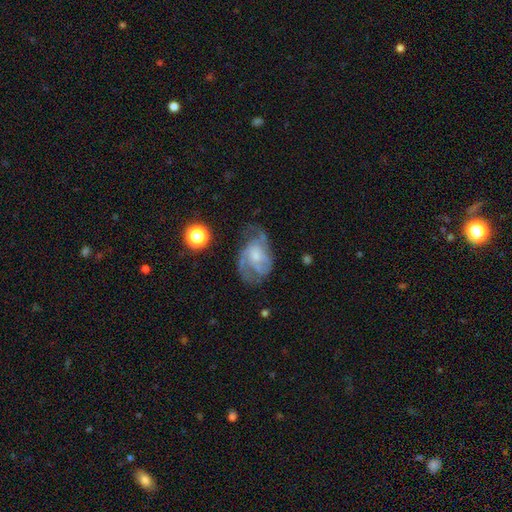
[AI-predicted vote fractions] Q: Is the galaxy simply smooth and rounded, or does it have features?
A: featured or disk — 69%.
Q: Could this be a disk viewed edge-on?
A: no — 97%.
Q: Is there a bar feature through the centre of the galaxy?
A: no — 70%.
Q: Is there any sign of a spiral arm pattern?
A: yes — 78%.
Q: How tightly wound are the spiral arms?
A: medium — 45%.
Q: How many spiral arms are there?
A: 2 — 38%.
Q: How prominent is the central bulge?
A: small — 46%.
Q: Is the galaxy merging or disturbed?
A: none — 41%.